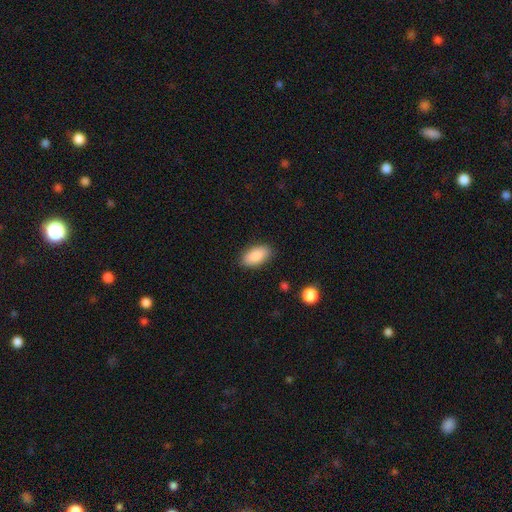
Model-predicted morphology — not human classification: smooth_or_featured: smooth (p=0.89) [alt: star or artifact p=0.06]
how_rounded: in between (p=0.93) [alt: cigar-shaped p=0.05]
merging: none (p=0.87) [alt: minor disturbance p=0.10]